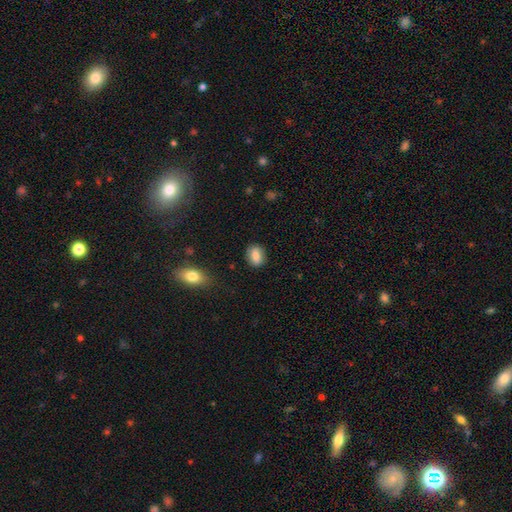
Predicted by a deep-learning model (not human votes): The model was most divided on "how rounded": in between: 68%, round: 30%, cigar-shaped: 3%. More confident: merging — none (83%); smooth or featured — smooth (81%).